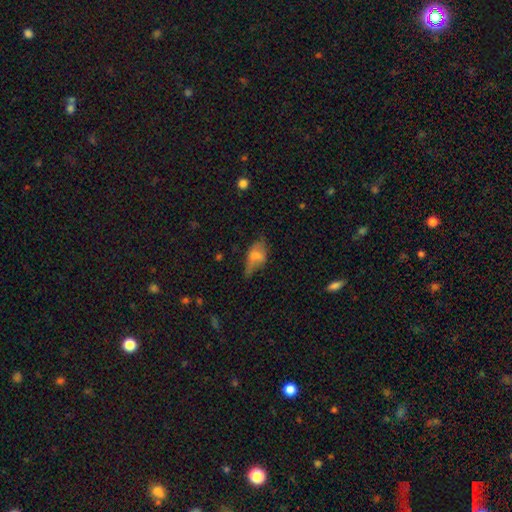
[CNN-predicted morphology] Smooth or featured?
  - smooth: 56% *
  - featured or disk: 33%
  - star or artifact: 11%
How rounded?
  - in between: 86% *
  - cigar-shaped: 8%
  - round: 6%
Merging?
  - none: 35% *
  - minor disturbance: 32%
  - major disturbance: 28%
  - merger: 6%